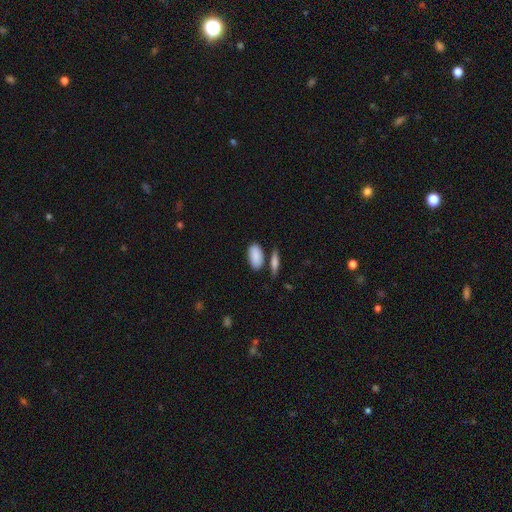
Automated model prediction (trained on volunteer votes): Q: Smooth or featured?
A: smooth (88%); runner-up: featured or disk (6%)
Q: How rounded?
A: in between (91%); runner-up: cigar-shaped (6%)
Q: Merging?
A: none (68%); runner-up: minor disturbance (14%)